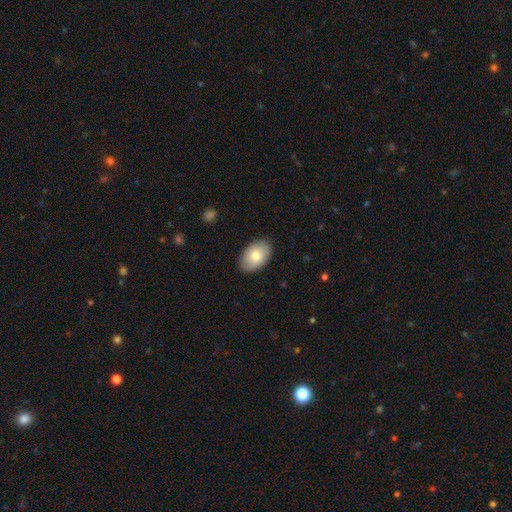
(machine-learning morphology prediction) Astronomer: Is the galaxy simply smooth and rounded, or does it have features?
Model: smooth — 79%.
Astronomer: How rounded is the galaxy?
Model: in between — 91%.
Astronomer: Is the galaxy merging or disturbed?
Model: none — 87%.